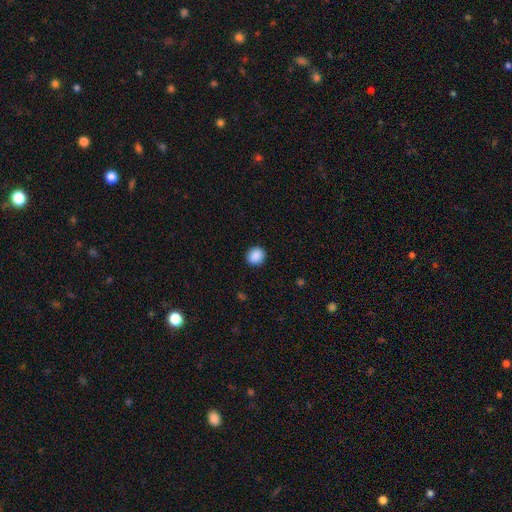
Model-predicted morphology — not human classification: Smooth or featured: smooth — 89% (star or artifact — 8%)
How rounded: round — 84% (in between — 15%)
Merging: none — 91% (minor disturbance — 6%)